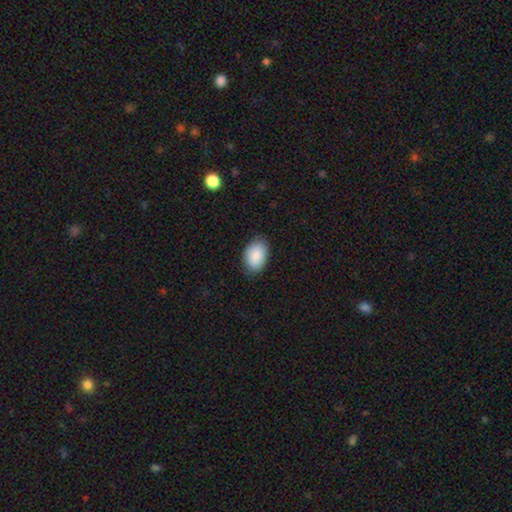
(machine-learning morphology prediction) smooth_or_featured: smooth (p=0.89) [alt: star or artifact p=0.06]
how_rounded: in between (p=0.90) [alt: round p=0.09]
merging: none (p=0.84) [alt: minor disturbance p=0.12]